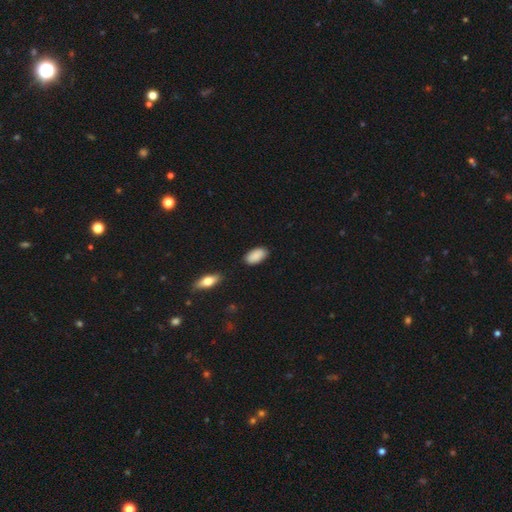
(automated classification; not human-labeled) A smooth galaxy with no disk features (90%) that is in between round and cigar-shaped (94%). Merging: none (85%).